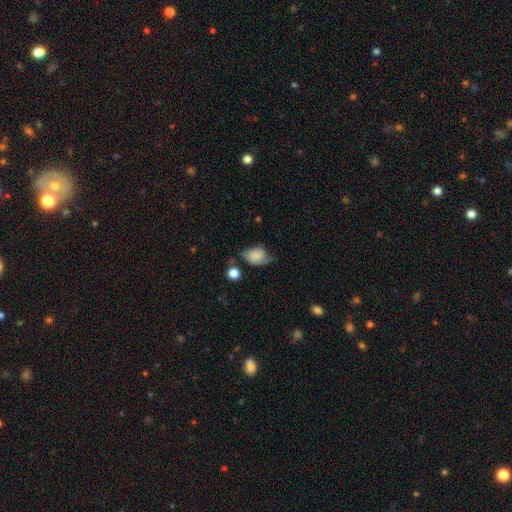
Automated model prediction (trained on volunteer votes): The model was most divided on "merging": none: 41%, minor disturbance: 34%, major disturbance: 19%, merger: 6%. More confident: how rounded — in between (74%); smooth or featured — smooth (54%).